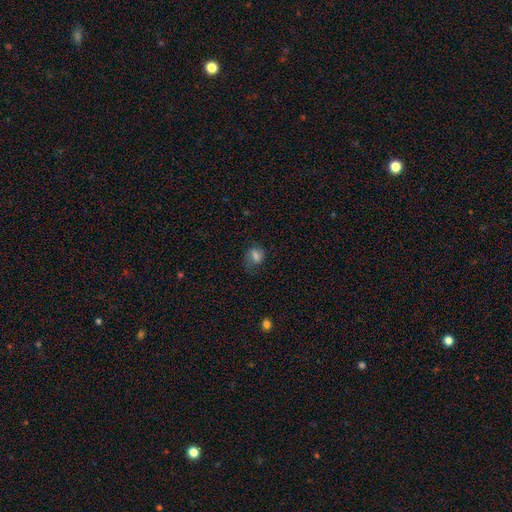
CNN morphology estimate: Overall: smooth (69%). How rounded: in between (57%; round 41%). Merging: none (58%; minor disturbance 26%).